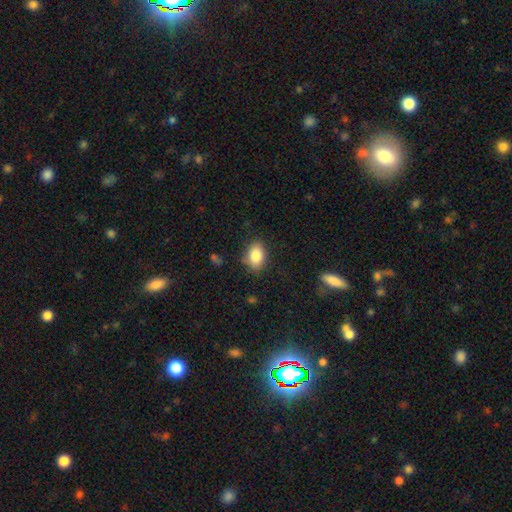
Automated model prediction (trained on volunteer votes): smooth-or-featured: smooth: 84% | featured or disk: 8% | star or artifact: 8%
  how-rounded: in between: 82% | round: 16% | cigar-shaped: 2%
  merging: none: 79% | minor disturbance: 16% | major disturbance: 3% | merger: 2%